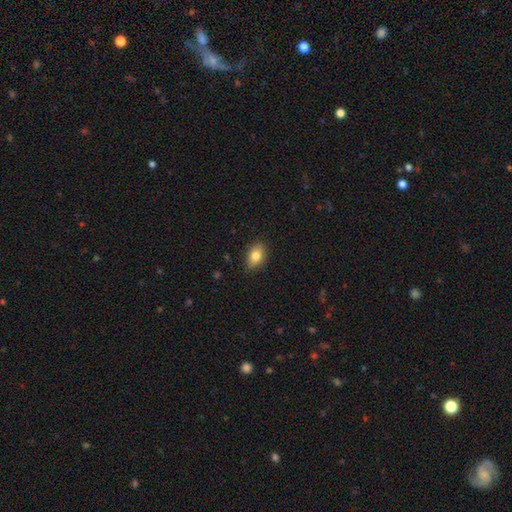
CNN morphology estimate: Smooth or featured? Predicted: smooth (p=0.81). How rounded? Predicted: in between (p=0.83). Merging? Predicted: none (p=0.85).